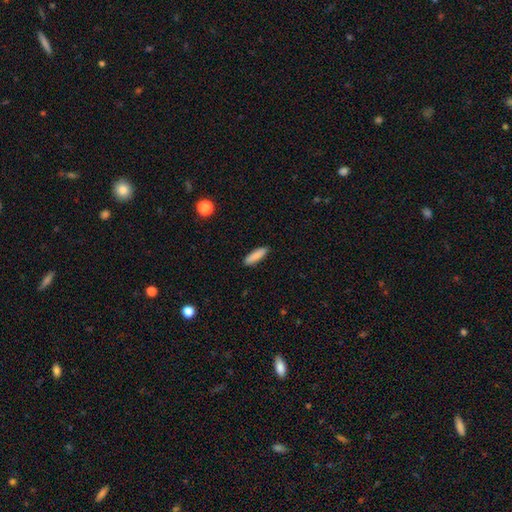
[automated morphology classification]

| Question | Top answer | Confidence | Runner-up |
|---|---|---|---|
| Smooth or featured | smooth | 87% | star or artifact (7%) |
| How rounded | cigar-shaped | 66% | in between (33%) |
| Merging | none | 90% | minor disturbance (8%) |